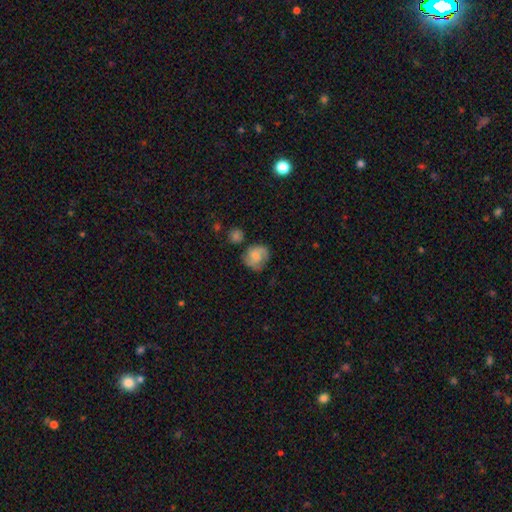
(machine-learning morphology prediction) smooth-or-featured: smooth: 51% | featured or disk: 41% | star or artifact: 8%
  how-rounded: round: 68% | in between: 31% | cigar-shaped: 1%
  merging: none: 60% | minor disturbance: 23% | major disturbance: 10% | merger: 6%